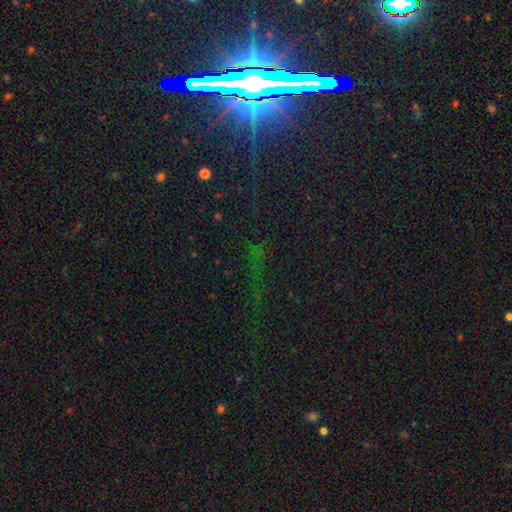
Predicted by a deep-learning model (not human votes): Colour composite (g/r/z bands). It shows a star or artifact, not a galaxy (79%).